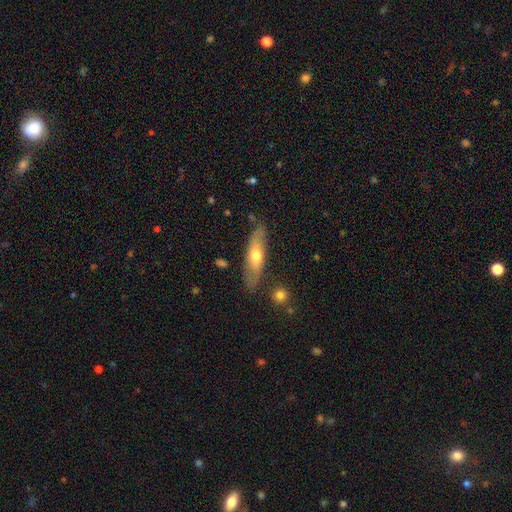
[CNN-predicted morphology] This is possibly a smooth galaxy (48%). Merging: likely none (78%).